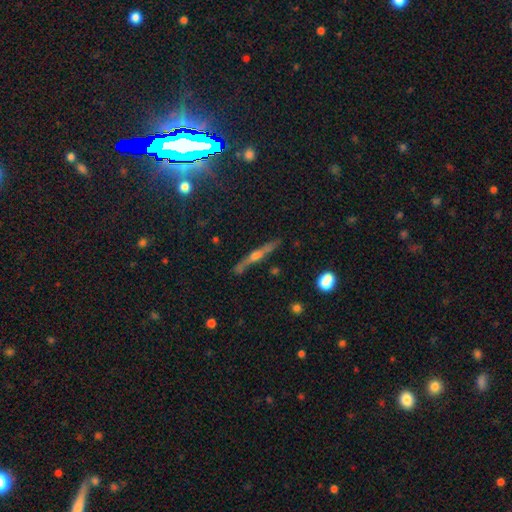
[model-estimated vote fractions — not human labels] smooth-or-featured: featured or disk: 67% | star or artifact: 18% | smooth: 15%
  disk-edge-on: yes: 93% | no: 7%
    edge-on-bulge: rounded: 86% | boxy: 7% | none: 7%
  merging: none: 85% | minor disturbance: 10% | major disturbance: 3% | merger: 2%